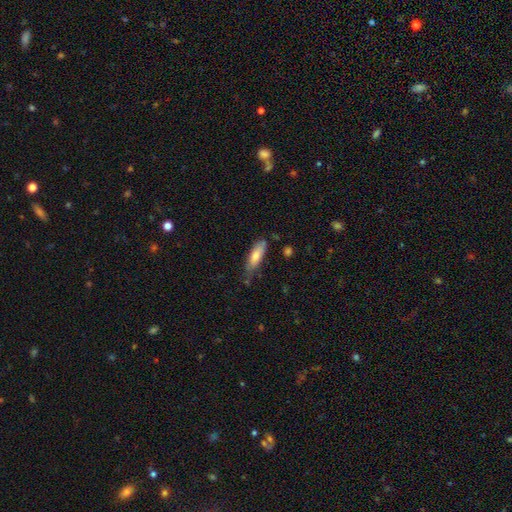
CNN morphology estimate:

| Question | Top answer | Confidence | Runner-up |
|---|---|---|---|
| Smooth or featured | smooth | 74% | featured or disk (20%) |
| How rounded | in between | 51% | cigar-shaped (47%) |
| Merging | none | 65% | minor disturbance (26%) |